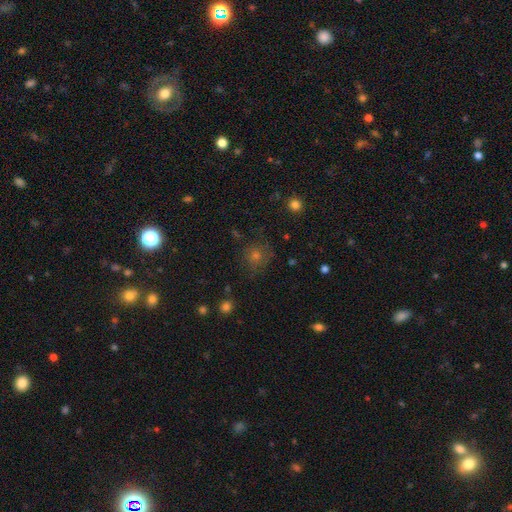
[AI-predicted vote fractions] Smooth or featured? smooth (49%)
Merging? none (76%)